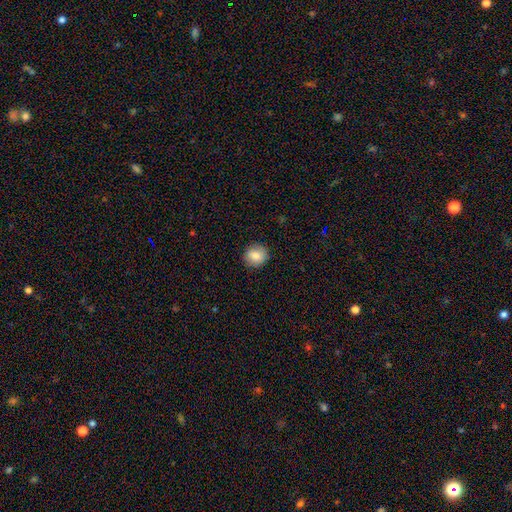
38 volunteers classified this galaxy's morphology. This appears to be a smooth galaxy with no disk features (82%) that is round (87%). Merging: none (89%).